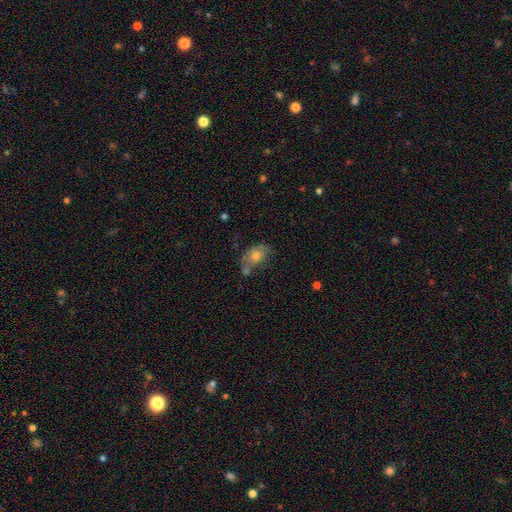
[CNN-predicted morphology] A smooth galaxy with no disk features (59%) that is in between round and cigar-shaped (77%). Merging: none (41%).